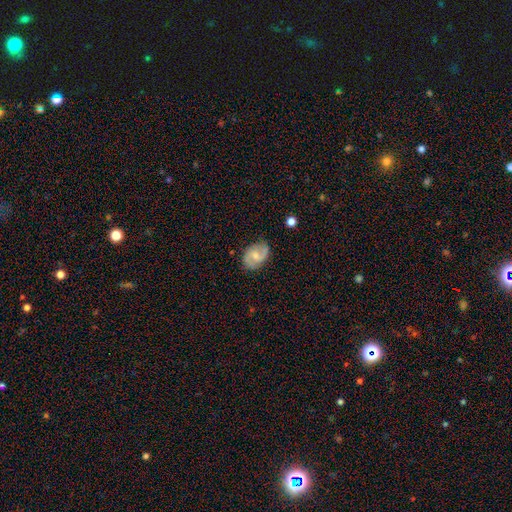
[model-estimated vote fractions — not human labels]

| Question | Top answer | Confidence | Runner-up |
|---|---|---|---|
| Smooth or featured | featured or disk | 68% | smooth (25%) |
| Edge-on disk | no | 98% | yes (2%) |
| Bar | weak | 51% | no (40%) |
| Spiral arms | yes | 92% | no (8%) |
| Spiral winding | medium | 50% | loose (30%) |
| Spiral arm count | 2 | 88% | can't tell (6%) |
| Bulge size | small | 46% | moderate (40%) |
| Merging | none | 78% | minor disturbance (16%) |